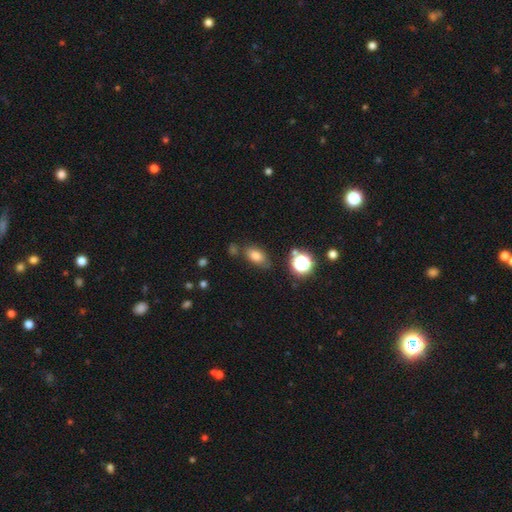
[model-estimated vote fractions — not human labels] smooth-or-featured: smooth: 77% | star or artifact: 14% | featured or disk: 10%
  how-rounded: in between: 83% | round: 14% | cigar-shaped: 3%
  merging: none: 71% | minor disturbance: 17% | merger: 8% | major disturbance: 5%